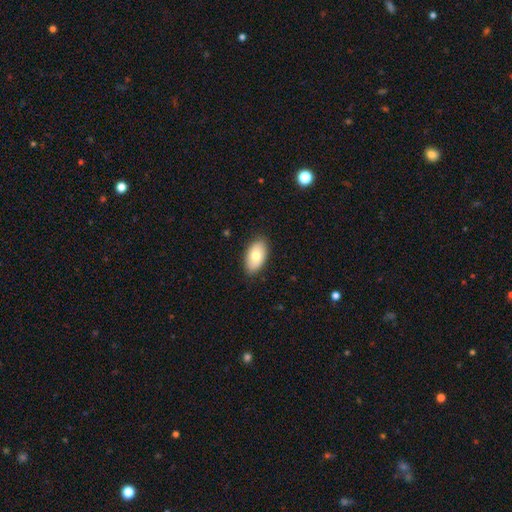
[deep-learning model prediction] Morphology: type=smooth (76%); roundness=in between (94%); merging=none (87%).